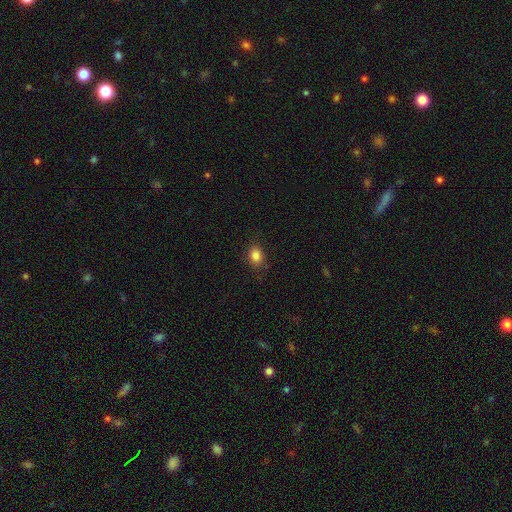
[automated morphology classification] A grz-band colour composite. It shows a smooth galaxy with no disk features (84%) that is in between round and cigar-shaped (52%). Merging: none (82%).